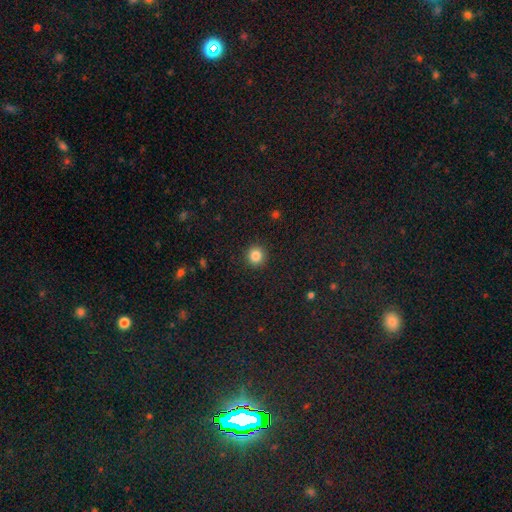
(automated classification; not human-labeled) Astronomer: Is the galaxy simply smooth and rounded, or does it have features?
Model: smooth — 85%.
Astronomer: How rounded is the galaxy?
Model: round — 93%.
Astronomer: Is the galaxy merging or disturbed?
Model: none — 92%.